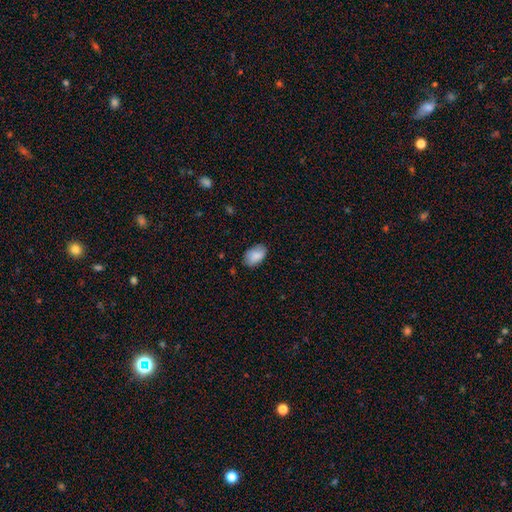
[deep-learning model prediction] Overall: smooth (88%). How rounded: in between (91%). Merging: none (79%).